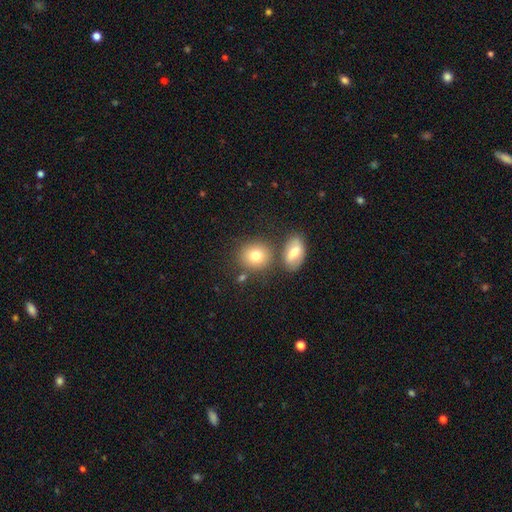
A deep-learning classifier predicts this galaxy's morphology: A smooth galaxy with no disk features (79%) that is round (72%).

Vote fractions:
- Smooth or featured? smooth: 79% / featured or disk: 12% / star or artifact: 9%
- How rounded? round: 72% / in between: 27% / cigar-shaped: 1%
- Merging? none: 68% / merger: 18% / minor disturbance: 11% / major disturbance: 3%